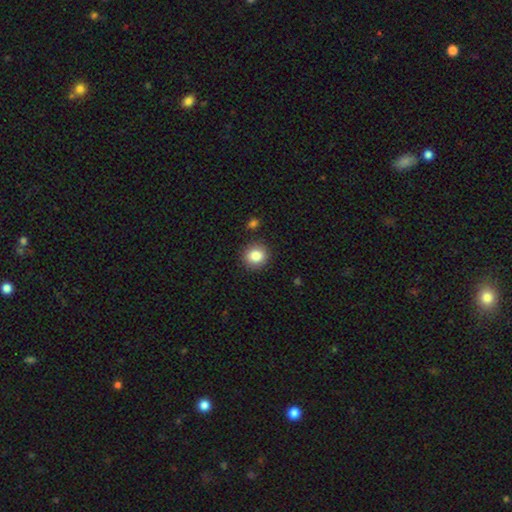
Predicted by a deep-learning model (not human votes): Morphology: type=smooth (86%); roundness=round (84%); merging=none (88%).